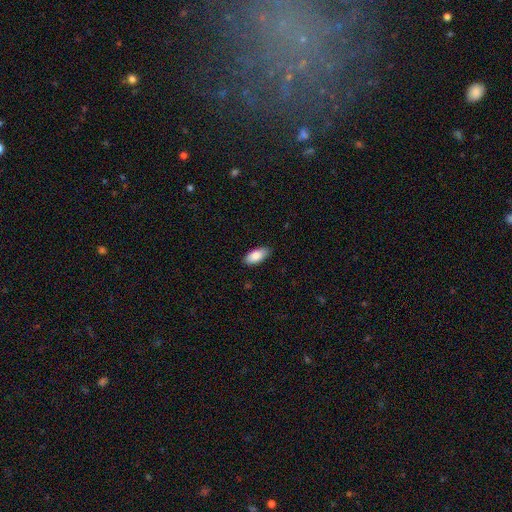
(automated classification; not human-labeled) Smooth or featured? Predicted: smooth (p=0.86). How rounded? Predicted: in between (p=0.92). Merging? Predicted: none (p=0.88).